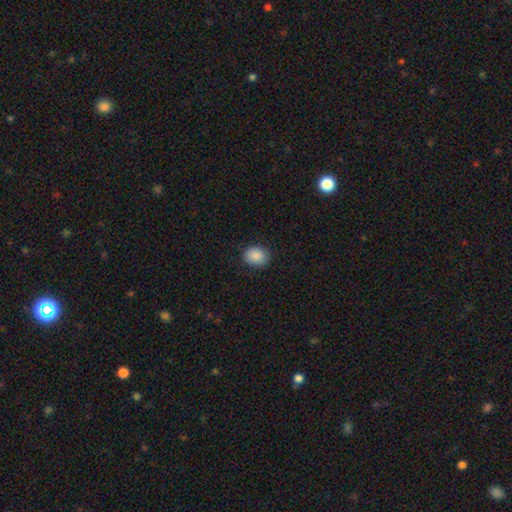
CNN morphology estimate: Smooth or featured? Predicted: smooth (p=0.89). How rounded? Predicted: in between (p=0.54). Merging? Predicted: none (p=0.87).